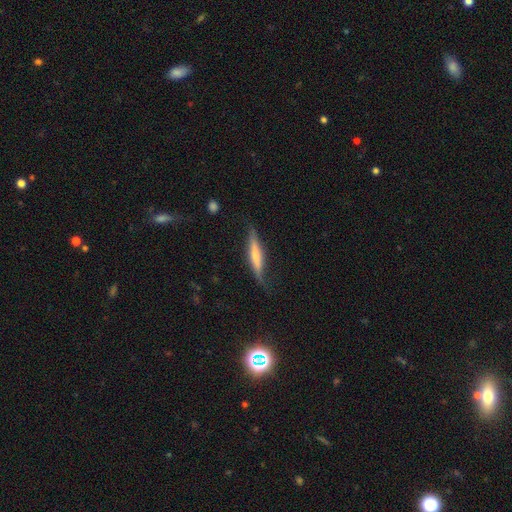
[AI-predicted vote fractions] Smooth or featured?
  - smooth: 49% *
  - featured or disk: 46%
  - star or artifact: 6%
Merging?
  - none: 62% *
  - minor disturbance: 26%
  - major disturbance: 10%
  - merger: 2%